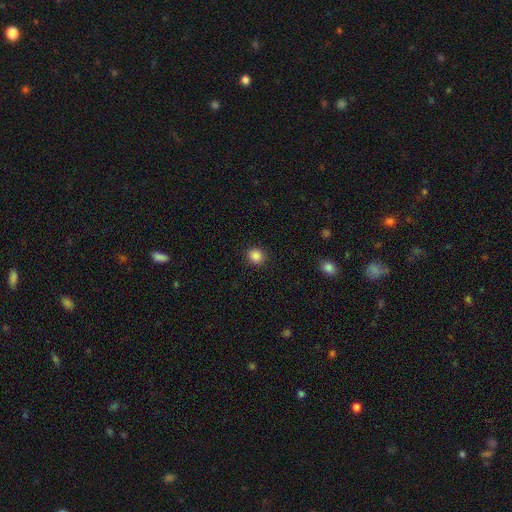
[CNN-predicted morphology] A smooth galaxy with no disk features (86%) that is round (85%).

Vote fractions:
- Smooth or featured? smooth: 86% / star or artifact: 11% / featured or disk: 3%
- How rounded? round: 85% / in between: 14% / cigar-shaped: 1%
- Merging? none: 91% / minor disturbance: 6% / major disturbance: 2% / merger: 1%